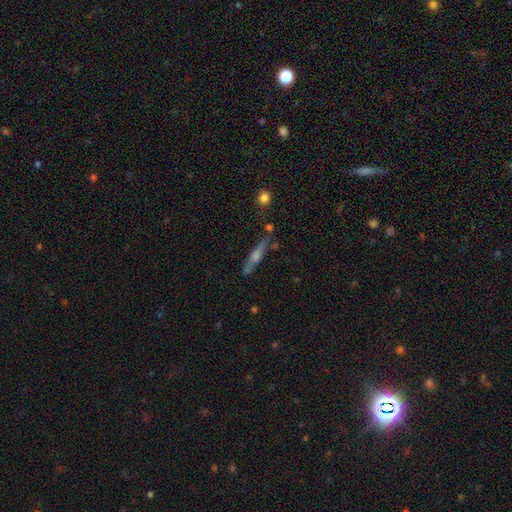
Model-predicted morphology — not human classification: Overall: featured or disk (66%). Edge-on disk: yes (93%). Edge-on bulge: rounded (76%). Merging: none (74%).